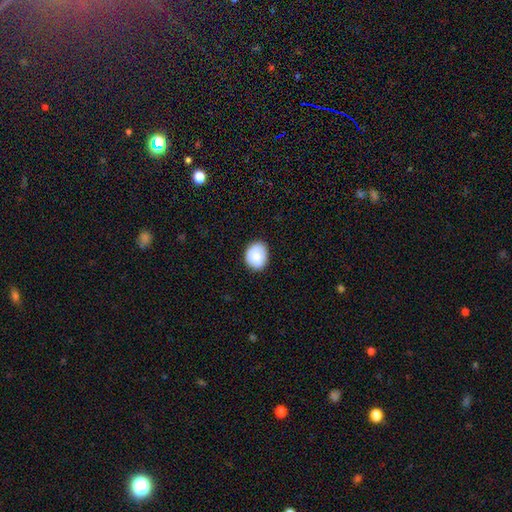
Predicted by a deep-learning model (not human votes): This appears to be a smooth galaxy with no disk features (84%) that is in between round and cigar-shaped (51%). Merging: none (82%).